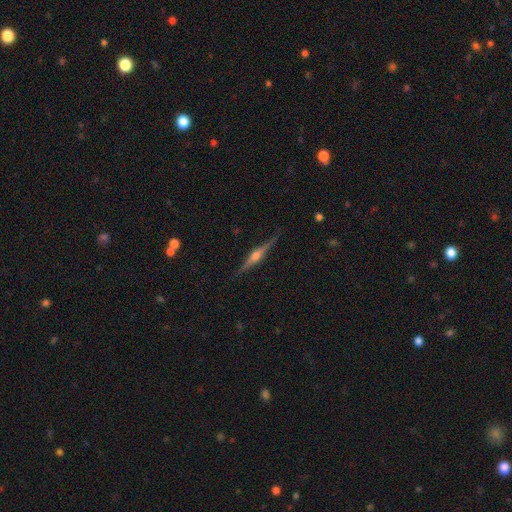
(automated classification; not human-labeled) Smooth or featured? featured or disk (83%)
Edge-on disk? yes (98%)
Edge-on bulge? rounded (92%)
Merging? none (89%)